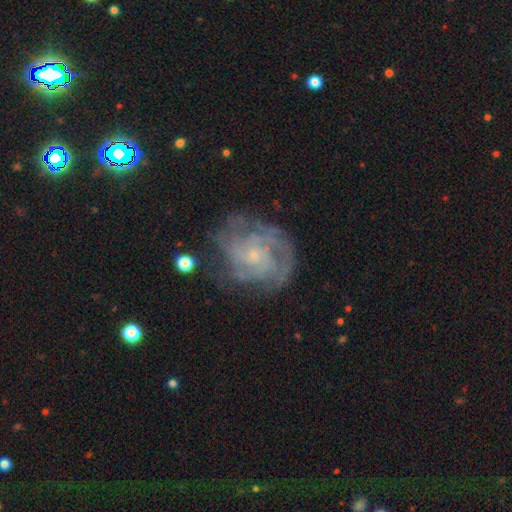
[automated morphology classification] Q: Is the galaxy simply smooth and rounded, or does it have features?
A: featured or disk — 82%.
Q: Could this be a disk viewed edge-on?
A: no — 98%.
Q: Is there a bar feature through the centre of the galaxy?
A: no — 75%.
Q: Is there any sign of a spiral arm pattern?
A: yes — 92%.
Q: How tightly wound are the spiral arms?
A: tight — 58%.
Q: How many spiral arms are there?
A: can't tell — 36%.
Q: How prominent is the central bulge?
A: small — 72%.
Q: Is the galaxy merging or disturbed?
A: none — 67%.